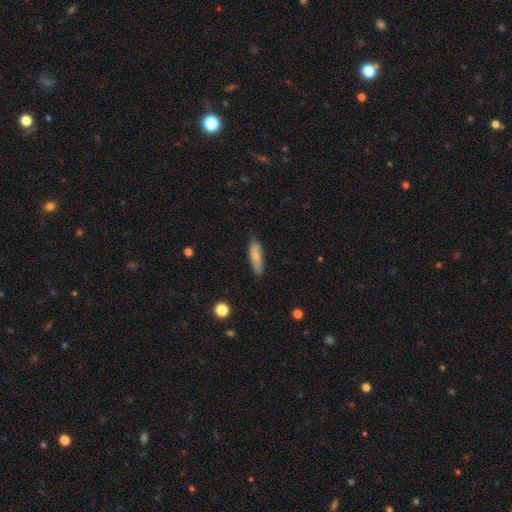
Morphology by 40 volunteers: Volunteers were most divided on "how rounded": cigar-shaped: 70%, in between: 30%, round: 0%. More confident: merging — none (87%); smooth or featured — smooth (82%).